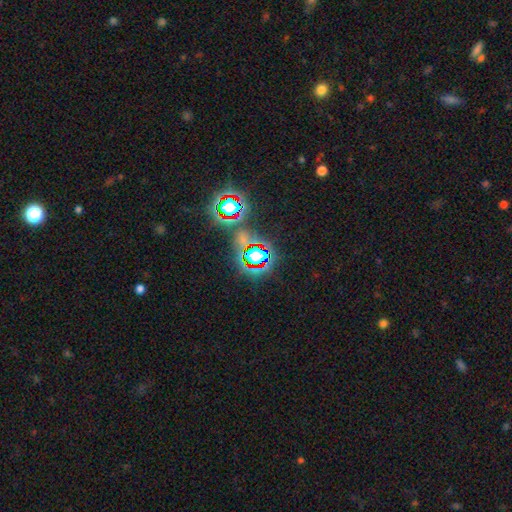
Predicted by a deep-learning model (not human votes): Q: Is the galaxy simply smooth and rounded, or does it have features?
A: star or artifact — 67%.